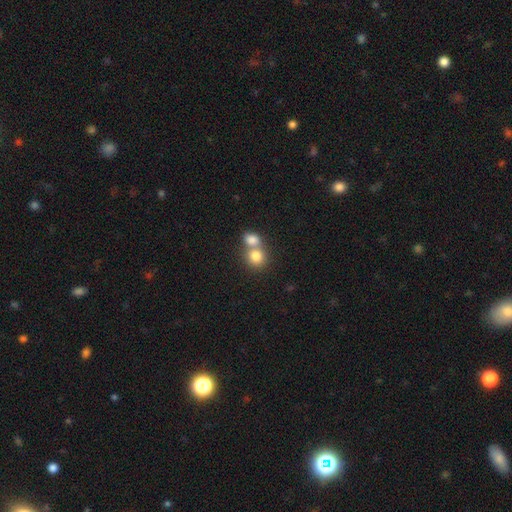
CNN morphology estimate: Q: Smooth or featured?
A: smooth (80%); runner-up: featured or disk (10%)
Q: How rounded?
A: round (75%); runner-up: in between (24%)
Q: Merging?
A: merger (60%); runner-up: none (32%)